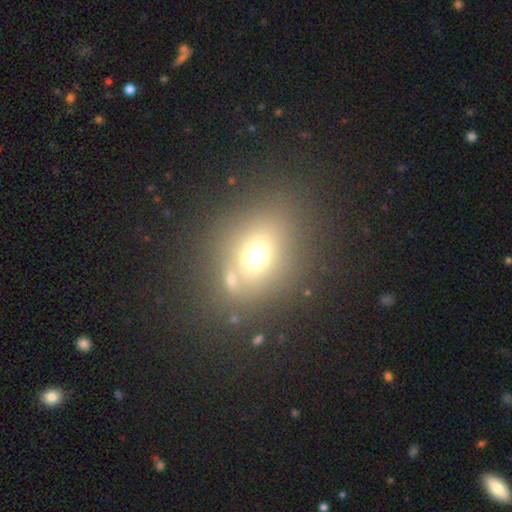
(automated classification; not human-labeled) smooth_or_featured: smooth (p=0.63) [alt: star or artifact p=0.22]
how_rounded: round (p=0.57) [alt: in between p=0.41]
merging: none (p=0.72) [alt: minor disturbance p=0.11]